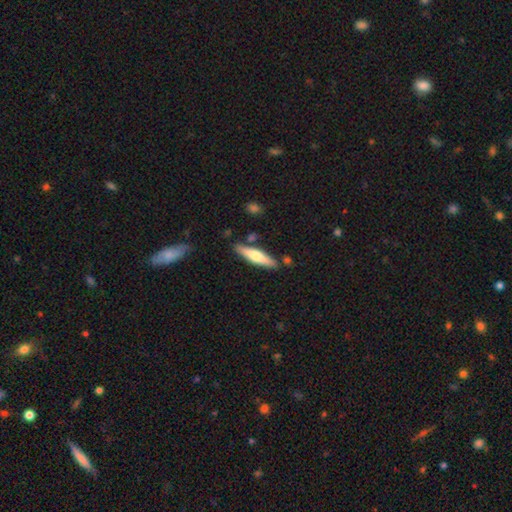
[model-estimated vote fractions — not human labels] Overall: smooth (57%; featured or disk 38%). How rounded: cigar-shaped (78%). Merging: none (83%).